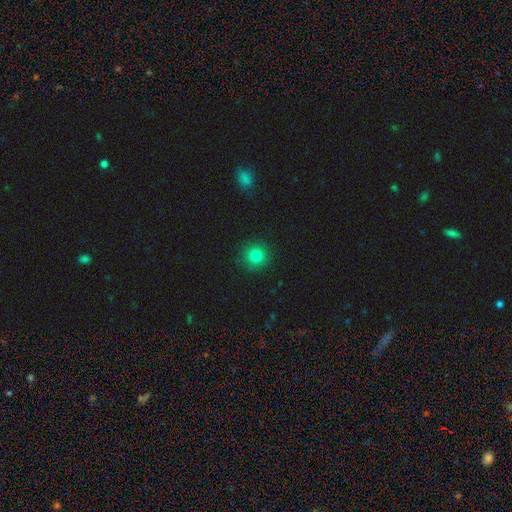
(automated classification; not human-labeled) This is clearly a smooth galaxy (81%). How rounded: clearly round (94%). Merging: clearly none (91%).